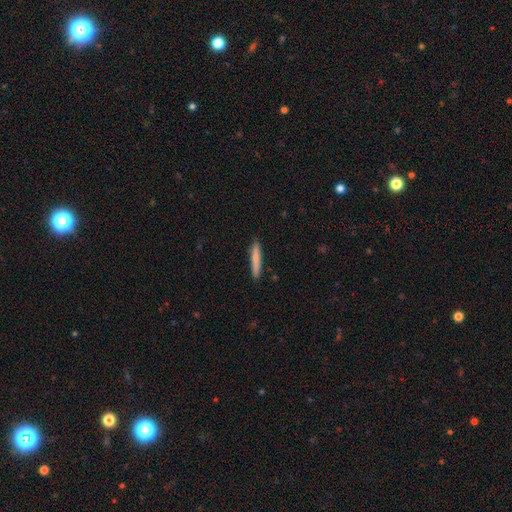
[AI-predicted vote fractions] Overall: smooth (70%). How rounded: cigar-shaped (95%). Merging: none (91%).